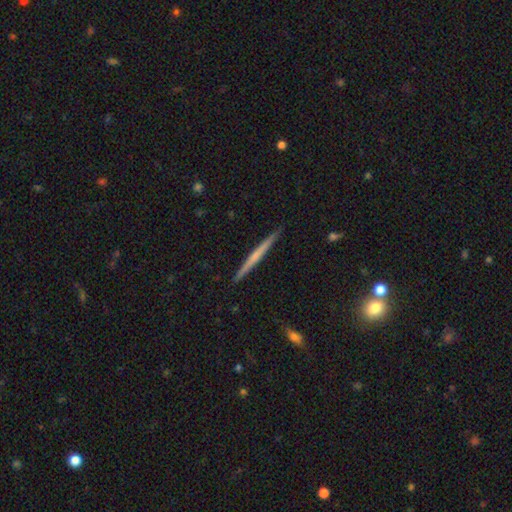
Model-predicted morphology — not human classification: Q: Smooth or featured?
A: featured or disk (55%); runner-up: smooth (39%)
Q: Edge-on disk?
A: yes (98%); runner-up: no (2%)
Q: Edge-on bulge?
A: none (71%); runner-up: rounded (22%)
Q: Merging?
A: none (92%); runner-up: minor disturbance (6%)